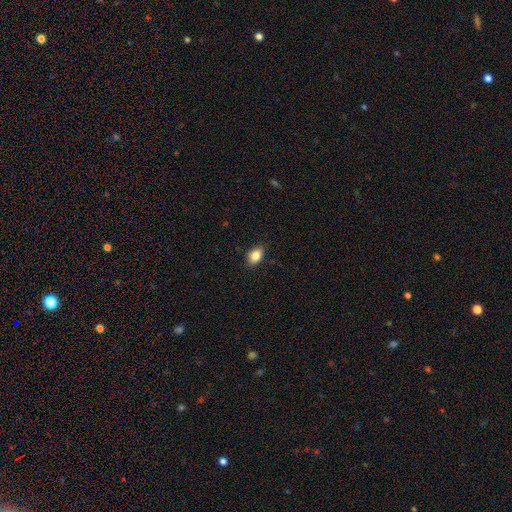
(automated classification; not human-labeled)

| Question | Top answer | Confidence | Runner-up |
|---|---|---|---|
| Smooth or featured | smooth | 85% | star or artifact (8%) |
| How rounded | in between | 83% | round (15%) |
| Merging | none | 87% | minor disturbance (11%) |